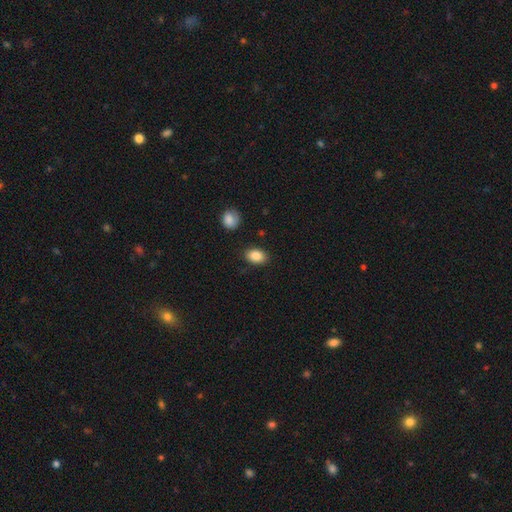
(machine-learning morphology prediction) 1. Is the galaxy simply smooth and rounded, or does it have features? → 87% smooth, 8% star or artifact, 5% featured or disk.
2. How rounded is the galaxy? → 82% in between, 17% round, 1% cigar-shaped.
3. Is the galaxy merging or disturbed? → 85% none, 10% minor disturbance, 3% major disturbance, 2% merger.